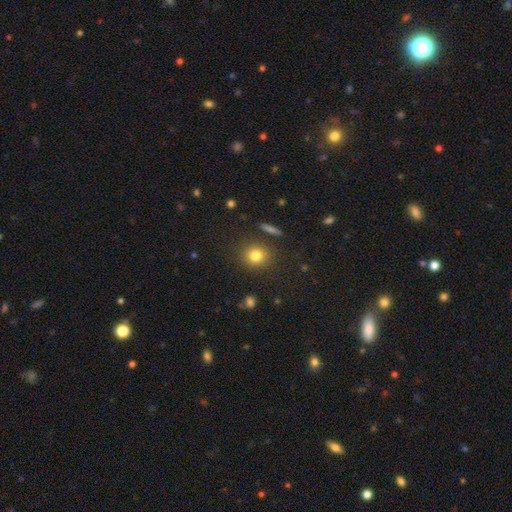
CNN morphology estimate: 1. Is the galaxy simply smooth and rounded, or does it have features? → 79% smooth, 12% star or artifact, 8% featured or disk.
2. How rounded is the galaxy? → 86% round, 13% in between, 1% cigar-shaped.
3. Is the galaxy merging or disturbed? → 86% none, 8% minor disturbance, 3% major disturbance, 3% merger.